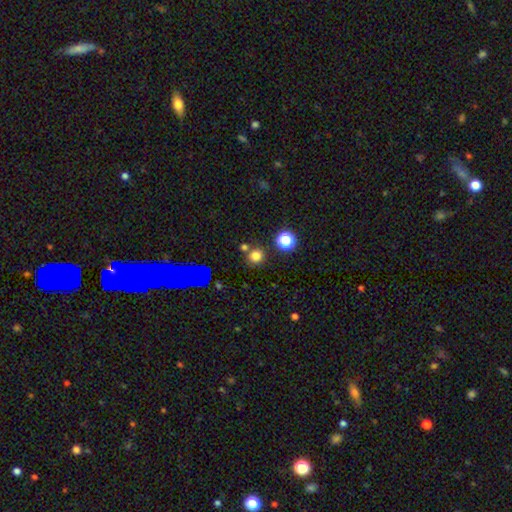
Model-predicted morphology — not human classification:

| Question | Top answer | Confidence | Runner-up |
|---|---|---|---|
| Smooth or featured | smooth | 74% | star or artifact (20%) |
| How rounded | round | 92% | in between (7%) |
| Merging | none | 76% | merger (13%) |